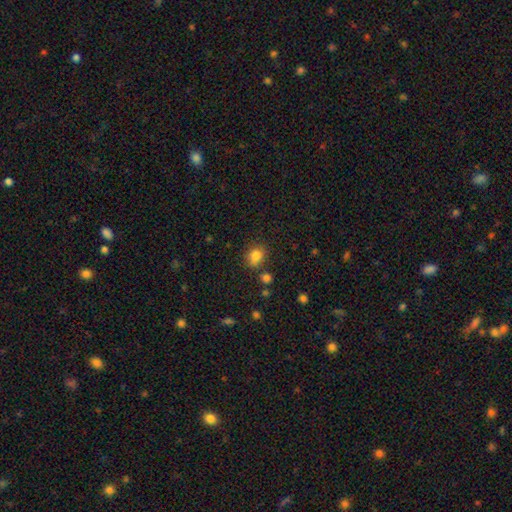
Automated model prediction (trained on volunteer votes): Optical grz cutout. It shows a smooth galaxy with no disk features (82%) that is round (59%). Merging: none (70%).